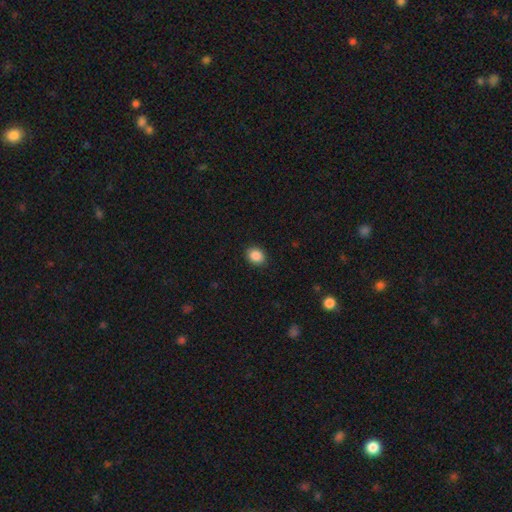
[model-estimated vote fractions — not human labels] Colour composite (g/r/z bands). It shows a smooth galaxy with no disk features (88%) that is in between round and cigar-shaped (51%). Merging: none (89%).